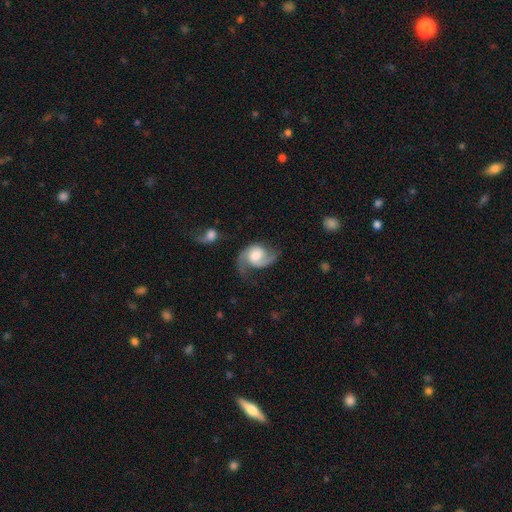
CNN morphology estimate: Smooth or featured? featured or disk (80%)
Edge-on disk? no (97%)
Bar? no (60%)
Spiral arms? yes (95%)
Spiral winding? medium (45%)
Spiral arm count? 2 (81%)
Bulge size? moderate (55%)
Merging? none (50%)